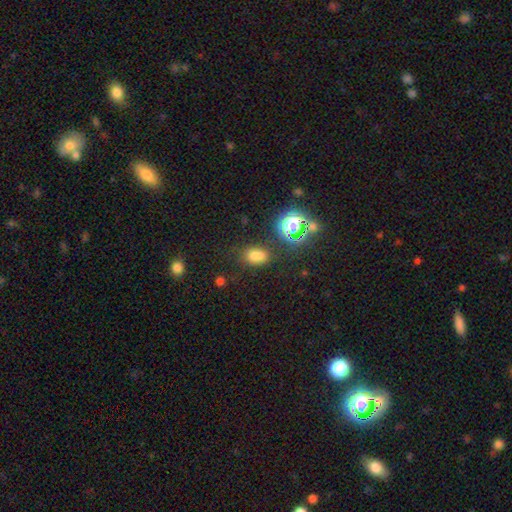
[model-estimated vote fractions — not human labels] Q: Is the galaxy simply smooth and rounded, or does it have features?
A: smooth — 68%.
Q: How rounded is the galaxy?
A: in between — 70%.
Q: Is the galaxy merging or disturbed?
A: none — 66%.